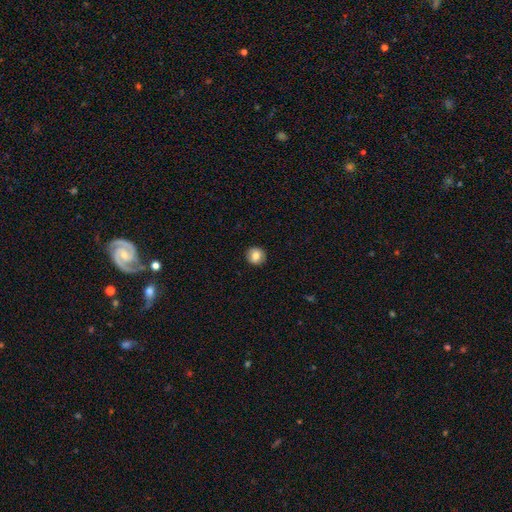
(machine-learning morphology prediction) Q: Smooth or featured?
A: smooth (81%); runner-up: featured or disk (10%)
Q: How rounded?
A: round (92%); runner-up: in between (7%)
Q: Merging?
A: none (92%); runner-up: minor disturbance (5%)